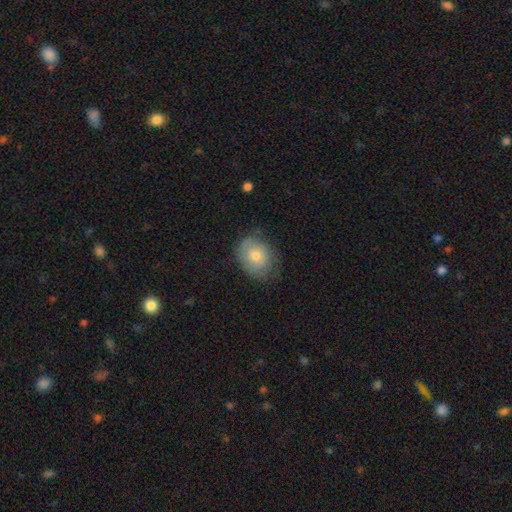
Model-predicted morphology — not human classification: Overall: smooth (70%). How rounded: round (55%; in between 44%). Merging: none (67%).